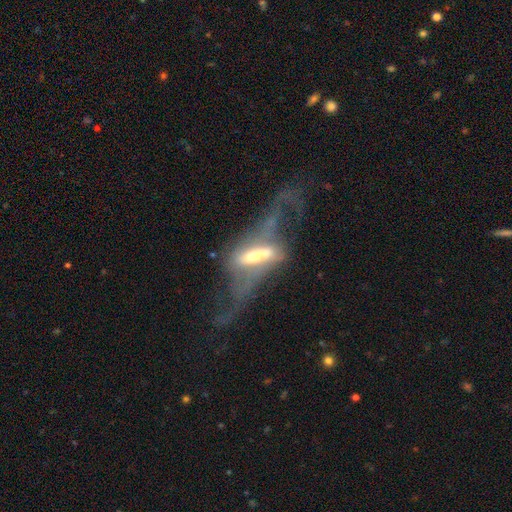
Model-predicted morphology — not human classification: Smooth or featured? Predicted: featured or disk (p=0.82). Edge-on disk? Predicted: no (p=0.69). Bar? Predicted: strong (p=0.55). Spiral arms? Predicted: yes (p=0.80). Bulge size? Predicted: moderate (p=0.46). Merging? Predicted: none (p=0.41).